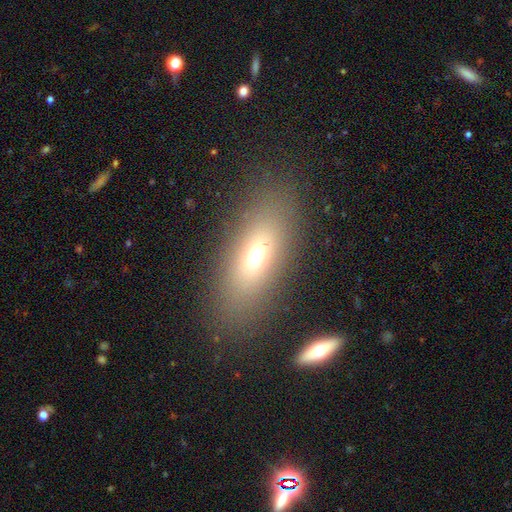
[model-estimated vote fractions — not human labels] smooth-or-featured: smooth: 62% | featured or disk: 22% | star or artifact: 15%
  how-rounded: in between: 74% | cigar-shaped: 18% | round: 8%
  merging: none: 81% | minor disturbance: 10% | major disturbance: 7% | merger: 3%